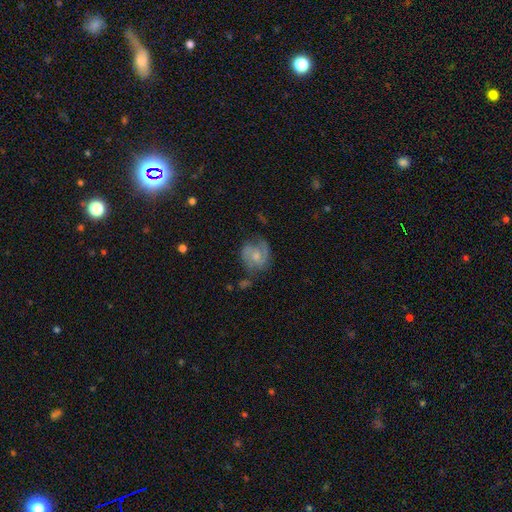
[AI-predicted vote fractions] A featured or disk galaxy (64%) with no bar (64%), 2 (69%) medium (47%) spiral arms (86%) and a moderate central bulge (48%).

Vote fractions:
- Smooth or featured? featured or disk: 64% / smooth: 29% / star or artifact: 7%
- Edge-on disk? no: 97% / yes: 3%
- Bar? no: 64% / weak: 31% / strong: 5%
- Spiral arms? yes: 86% / no: 14%
- Spiral winding? medium: 47% / tight: 31% / loose: 22%
- Spiral arm count? 2: 69% / can't tell: 15% / 1: 7% / 3: 5% / 4: 2% / more than 4: 2%
- Bulge size? moderate: 48% / small: 38% / none: 8% / large: 5% / dominant: 1%
- Merging? none: 56% / minor disturbance: 26% / major disturbance: 15% / merger: 3%